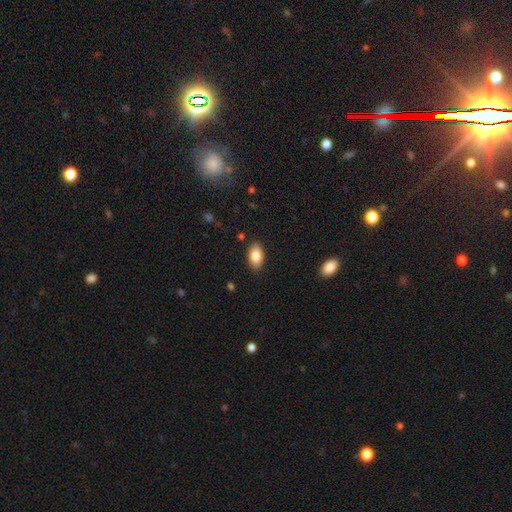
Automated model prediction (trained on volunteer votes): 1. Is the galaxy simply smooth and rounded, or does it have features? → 83% smooth, 10% featured or disk, 7% star or artifact.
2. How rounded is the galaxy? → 93% in between, 4% round, 2% cigar-shaped.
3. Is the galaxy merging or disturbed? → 88% none, 9% minor disturbance, 2% major disturbance, 1% merger.